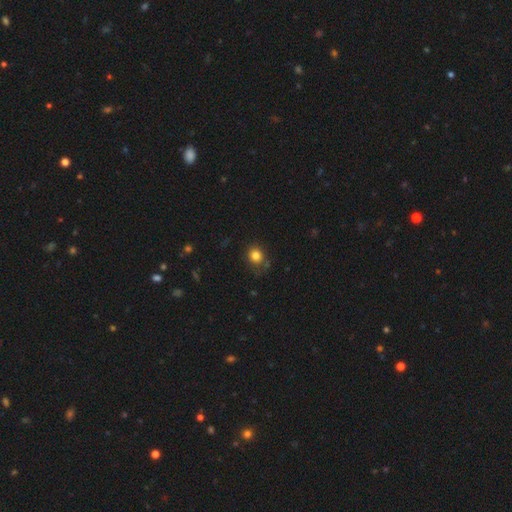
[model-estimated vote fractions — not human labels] Morphology: type=smooth (81%); roundness=round (76%); merging=none (69%).